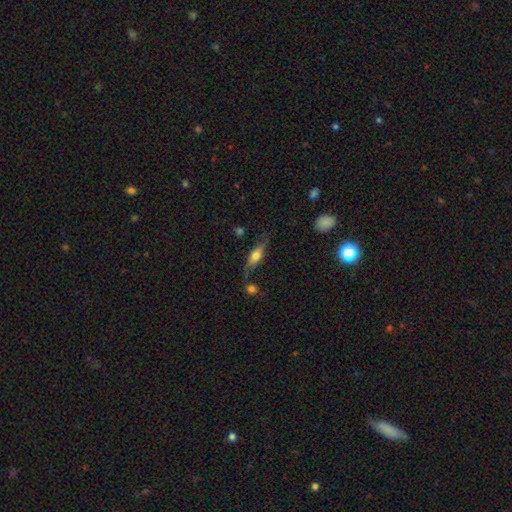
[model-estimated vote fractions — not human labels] Smooth or featured? smooth (54%)
How rounded? cigar-shaped (48%, tied with in between)
Merging? none (65%)